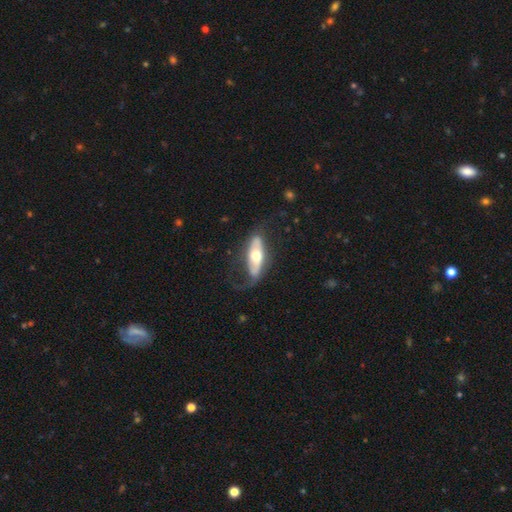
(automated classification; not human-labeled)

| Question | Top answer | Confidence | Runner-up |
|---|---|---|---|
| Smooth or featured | featured or disk | 56% | smooth (39%) |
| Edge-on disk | no | 65% | yes (35%) |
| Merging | none | 52% | minor disturbance (25%) |